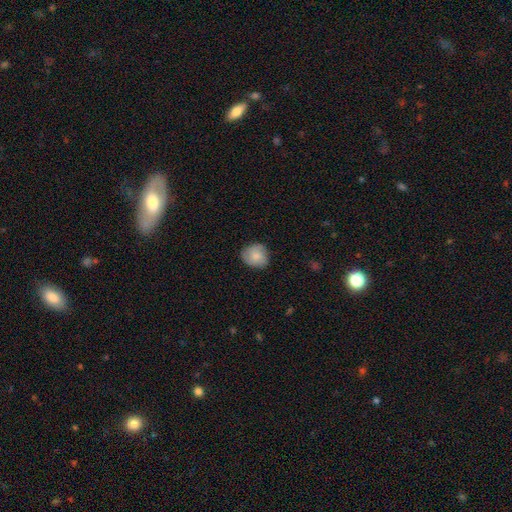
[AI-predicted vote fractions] A smooth galaxy with no disk features (76%) that is round (75%).

Vote fractions:
- Smooth or featured? smooth: 76% / featured or disk: 17% / star or artifact: 7%
- How rounded? round: 75% / in between: 24% / cigar-shaped: 1%
- Merging? none: 77% / minor disturbance: 19% / major disturbance: 4% / merger: 1%